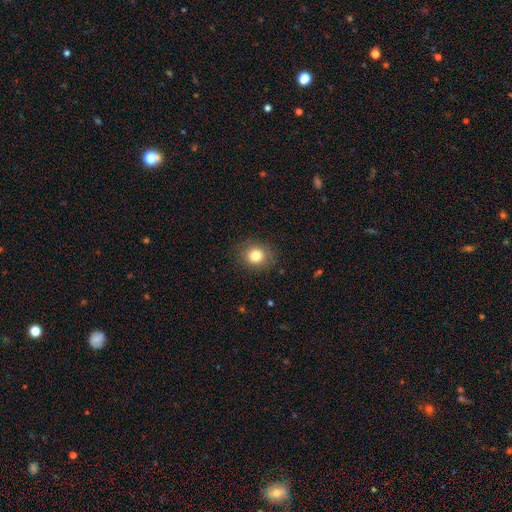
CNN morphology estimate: Smooth or featured? smooth (80%)
How rounded? round (79%)
Merging? none (87%)